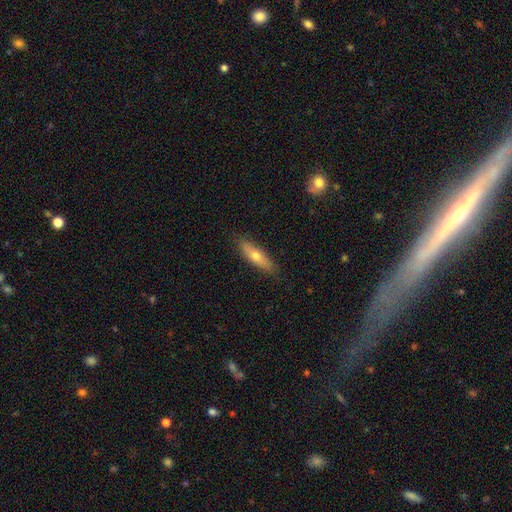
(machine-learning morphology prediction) The model was most divided on "how rounded": cigar-shaped: 61%, in between: 37%, round: 2%. More confident: merging — none (87%); smooth or featured — smooth (61%).